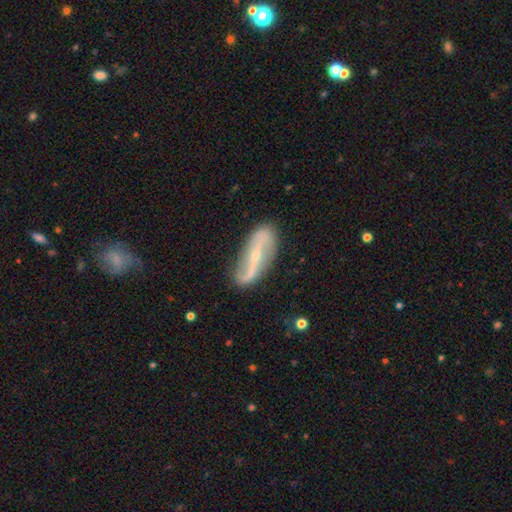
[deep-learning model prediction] Smooth or featured? Predicted: featured or disk (p=0.83). Edge-on disk? Predicted: no (p=0.87). Bar? Predicted: strong (p=0.53). Spiral arms? Predicted: yes (p=0.87). Spiral winding? Predicted: loose (p=0.69). Spiral arm count? Predicted: 2 (p=0.91). Bulge size? Predicted: small (p=0.77). Merging? Predicted: none (p=0.80).